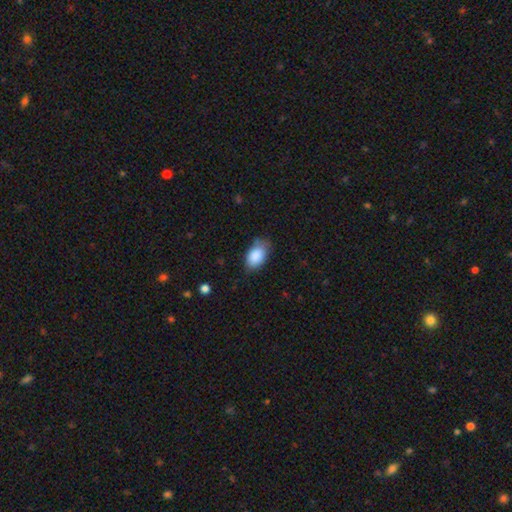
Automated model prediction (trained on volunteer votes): smooth-or-featured: smooth: 88% | star or artifact: 7% | featured or disk: 6%
  how-rounded: in between: 91% | round: 8% | cigar-shaped: 1%
  merging: none: 66% | minor disturbance: 27% | major disturbance: 5% | merger: 2%